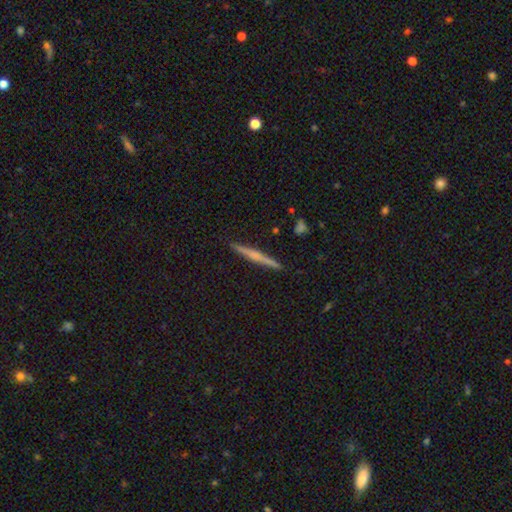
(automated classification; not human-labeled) Smooth or featured: featured or disk — 60% (smooth — 33%)
Edge-on disk: yes — 98% (no — 2%)
Edge-on bulge: rounded — 59% (none — 31%)
Merging: none — 92% (minor disturbance — 6%)